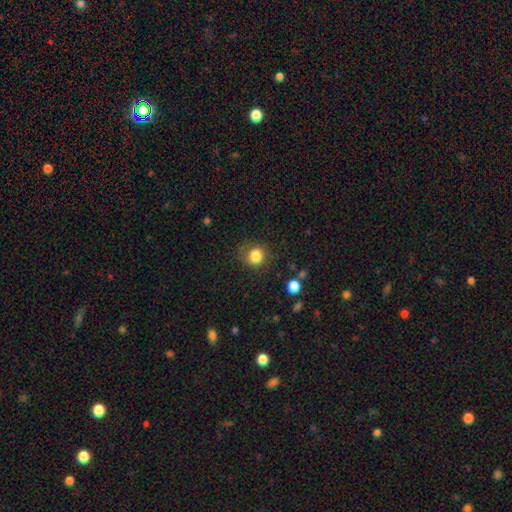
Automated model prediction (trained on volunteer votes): Morphology: type=smooth (84%); roundness=round (85%); merging=none (77%).